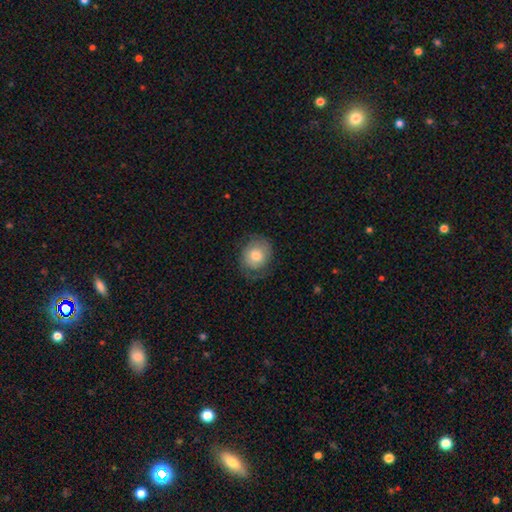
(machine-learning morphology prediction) Smooth or featured? smooth (62%)
How rounded? round (66%)
Merging? none (68%)